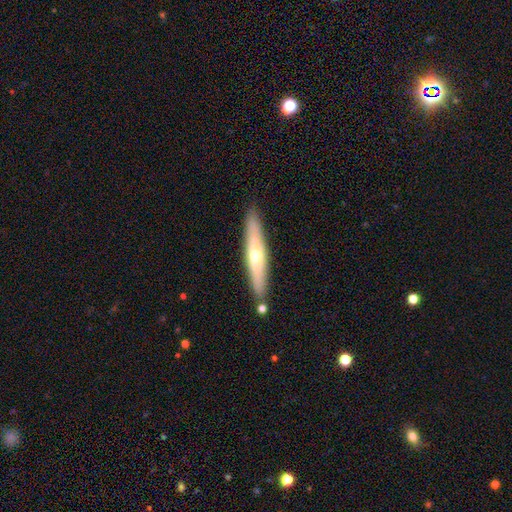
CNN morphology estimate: The model was most divided on "smooth or featured": featured or disk: 56%, smooth: 39%, star or artifact: 6%. More confident: merging — none (86%); edge-on disk — yes (85%).